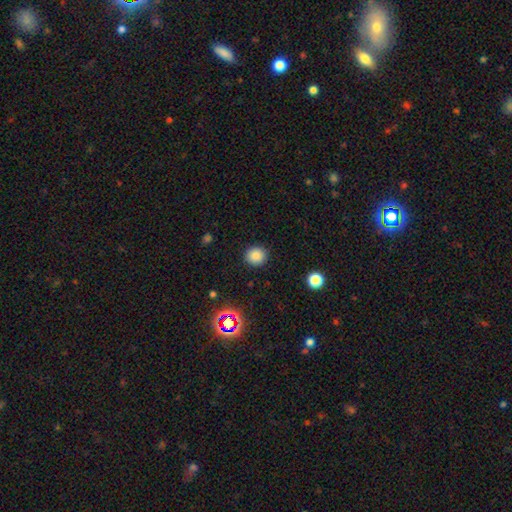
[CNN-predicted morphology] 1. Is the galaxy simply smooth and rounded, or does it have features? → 83% smooth, 13% star or artifact, 4% featured or disk.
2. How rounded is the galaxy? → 89% round, 10% in between, 1% cigar-shaped.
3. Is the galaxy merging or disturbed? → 91% none, 6% minor disturbance, 2% major disturbance, 1% merger.